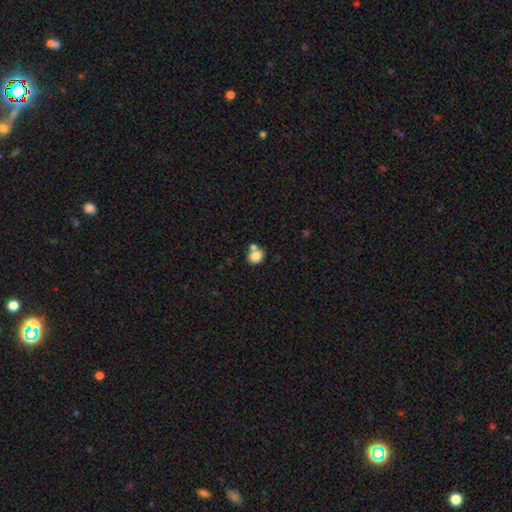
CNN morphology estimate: type=smooth (82%); roundness=round (65%); merging=none (50%).